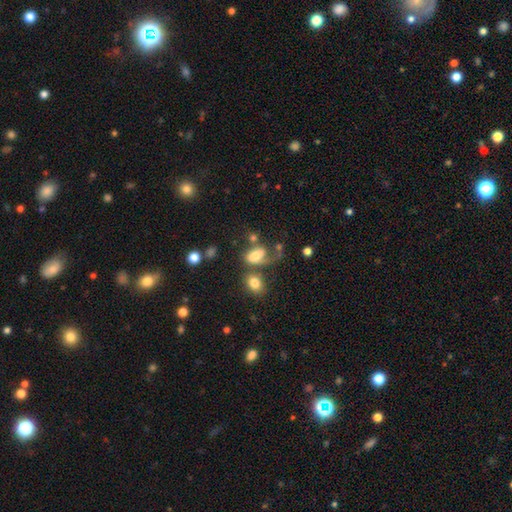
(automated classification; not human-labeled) smooth_or_featured: smooth (p=0.63) [alt: featured or disk p=0.27]
how_rounded: in between (p=0.87) [alt: round p=0.09]
merging: none (p=0.32) [alt: major disturbance p=0.26]